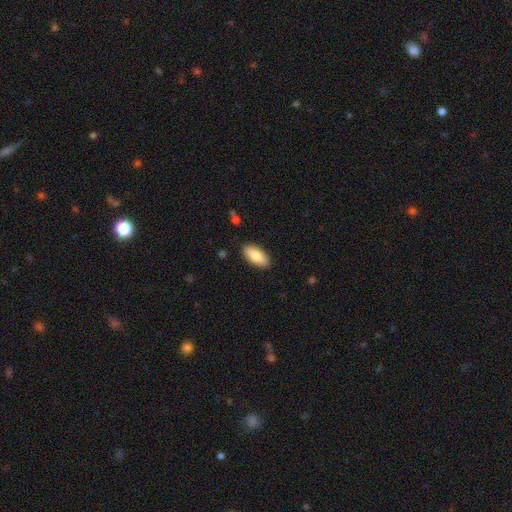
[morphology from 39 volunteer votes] A smooth galaxy with no disk features (82%) that is in between round and cigar-shaped (88%).

Vote fractions:
- Smooth or featured? smooth: 82% / featured or disk: 13% / star or artifact: 5%
- How rounded? in between: 88% / cigar-shaped: 12% / round: 0%
- Merging? none: 84% / minor disturbance: 14% / major disturbance: 3% / merger: 0%